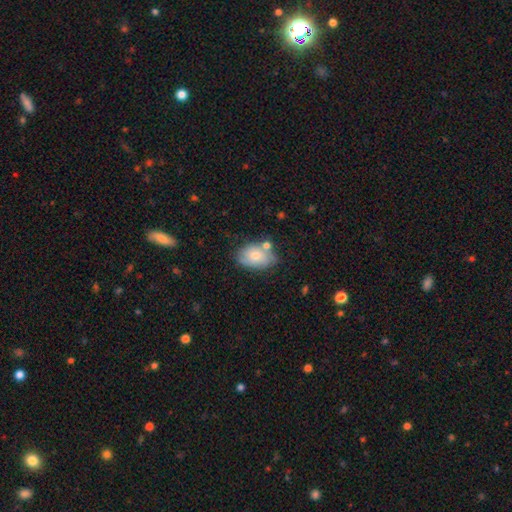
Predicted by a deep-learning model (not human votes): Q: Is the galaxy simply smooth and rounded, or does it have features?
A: smooth — 62%.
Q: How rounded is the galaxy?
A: in between — 81%.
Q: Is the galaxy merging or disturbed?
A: none — 57%.